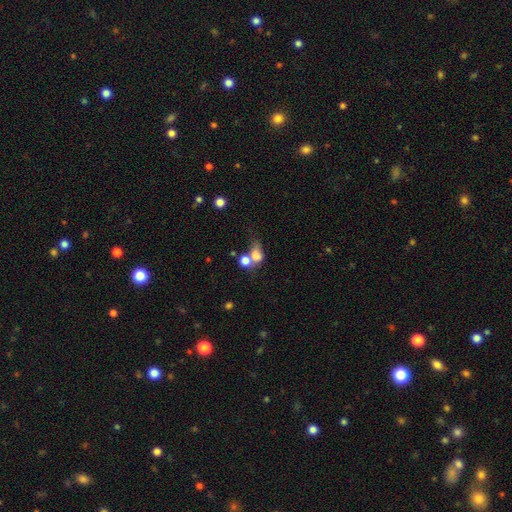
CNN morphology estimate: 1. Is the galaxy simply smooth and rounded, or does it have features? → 70% smooth, 17% featured or disk, 13% star or artifact.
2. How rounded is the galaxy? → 60% in between, 38% round, 2% cigar-shaped.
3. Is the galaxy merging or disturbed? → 53% merger, 19% none, 16% major disturbance, 11% minor disturbance.